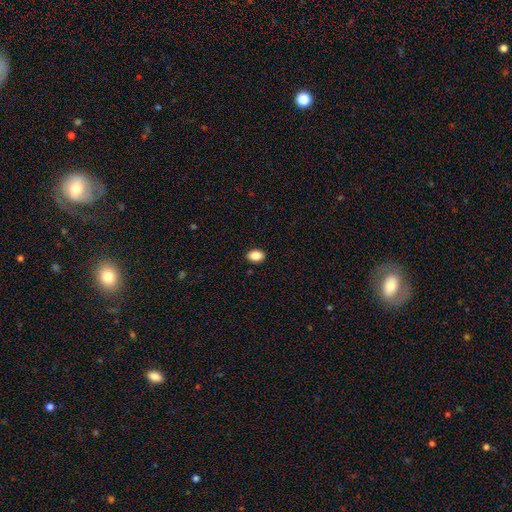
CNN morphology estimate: This is clearly a smooth galaxy (87%). How rounded: clearly in between (84%). Merging: clearly none (90%).